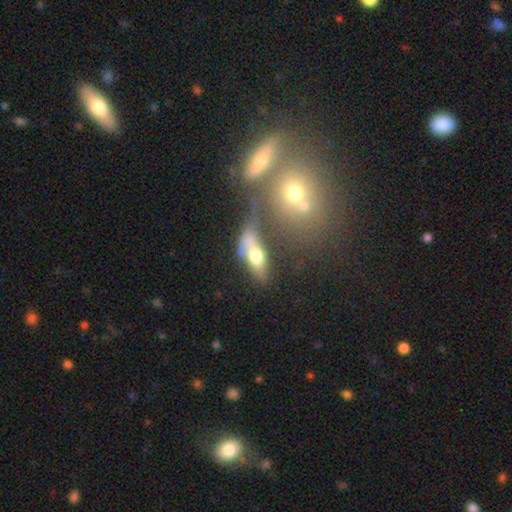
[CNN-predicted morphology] This appears to be a smooth galaxy with no disk features (57%) that is in between round and cigar-shaped (74%). Merging: merger (36%).